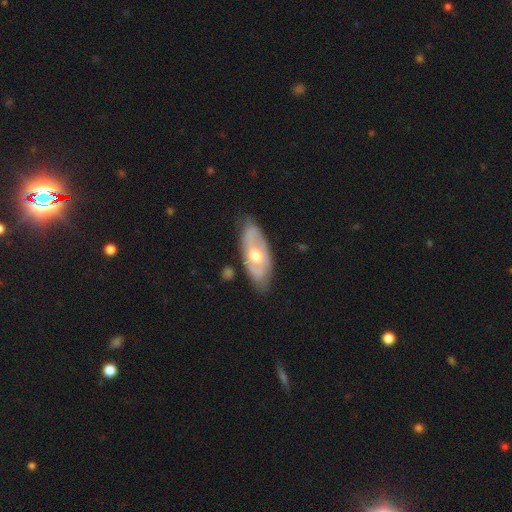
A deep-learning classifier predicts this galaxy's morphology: Smooth or featured: featured or disk — 65% (smooth — 30%)
Edge-on disk: no — 84% (yes — 16%)
Bar: no — 71% (weak — 22%)
Spiral arms: no — 58% (yes — 42%)
Bulge size: moderate — 75% (large — 12%)
Merging: none — 79% (minor disturbance — 16%)